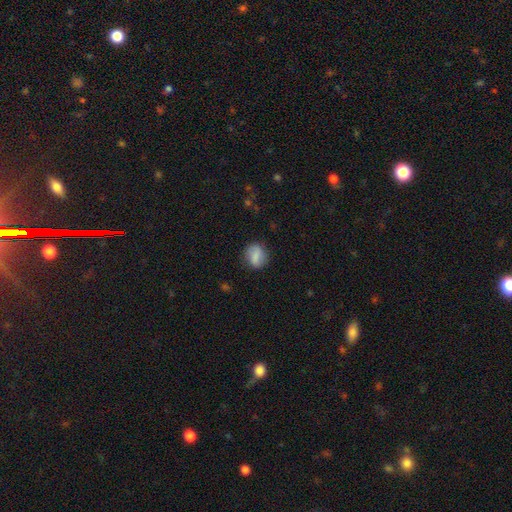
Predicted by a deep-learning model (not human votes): smooth_or_featured: smooth (p=0.77) [alt: featured or disk p=0.15]
how_rounded: round (p=0.59) [alt: in between p=0.39]
merging: none (p=0.81) [alt: minor disturbance p=0.14]